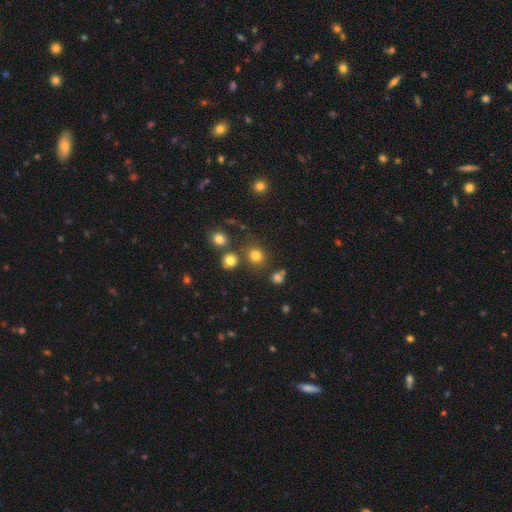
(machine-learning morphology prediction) Overall: smooth (78%). How rounded: round (86%). Merging: none (76%).